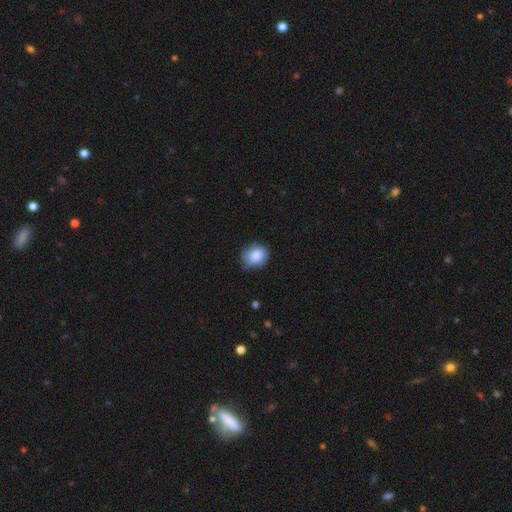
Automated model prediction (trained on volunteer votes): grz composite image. It shows a smooth galaxy with no disk features (85%) that is round (64%). Merging: none (65%).